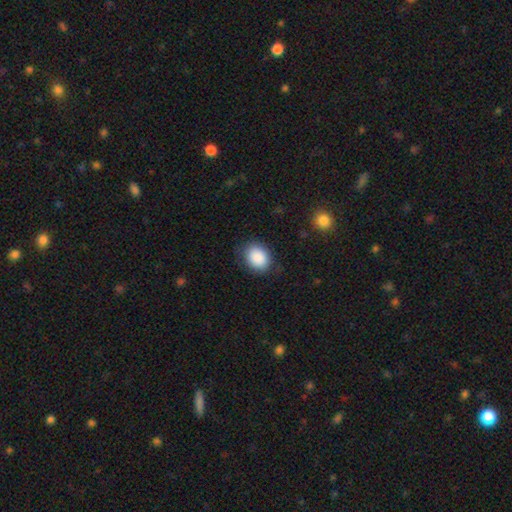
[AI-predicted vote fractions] Smooth or featured: smooth — 89% (star or artifact — 7%)
How rounded: in between — 54% (round — 45%)
Merging: none — 83% (minor disturbance — 12%)